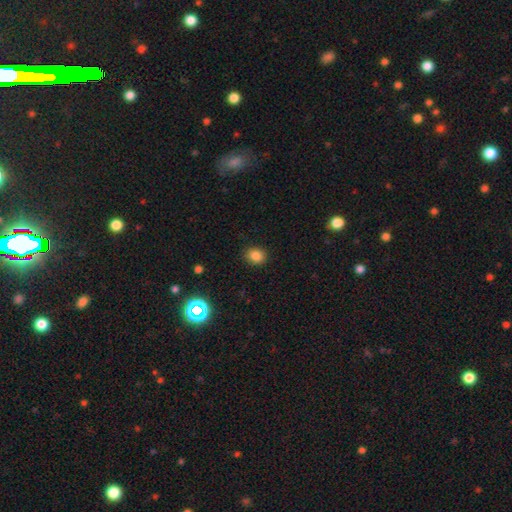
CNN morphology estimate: smooth_or_featured: smooth (p=0.83) [alt: star or artifact p=0.12]
how_rounded: round (p=0.56) [alt: in between p=0.43]
merging: none (p=0.88) [alt: minor disturbance p=0.08]